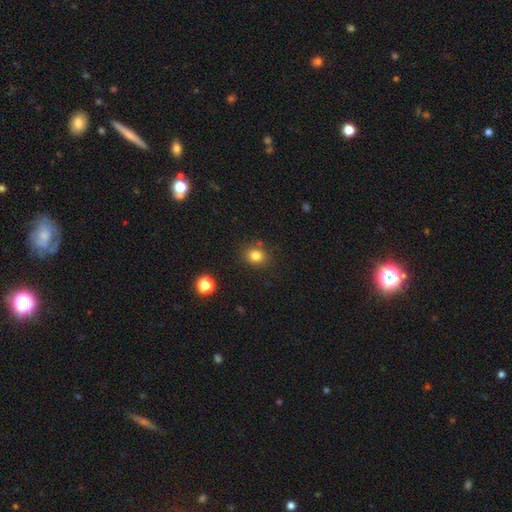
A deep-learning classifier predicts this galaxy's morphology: Smooth or featured?
  - smooth: 81% *
  - star or artifact: 13%
  - featured or disk: 6%
How rounded?
  - round: 67% *
  - in between: 32%
  - cigar-shaped: 1%
Merging?
  - none: 82% *
  - minor disturbance: 11%
  - merger: 5%
  - major disturbance: 3%